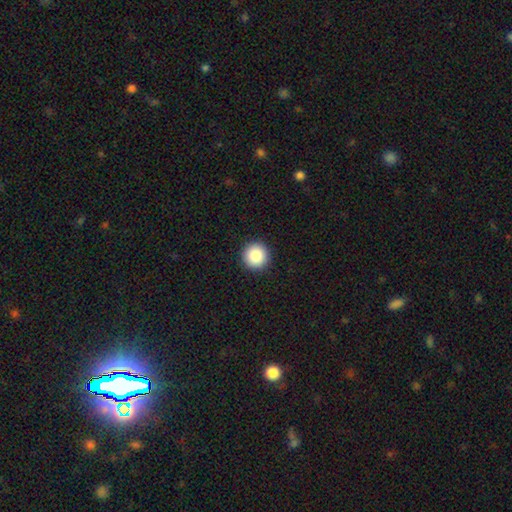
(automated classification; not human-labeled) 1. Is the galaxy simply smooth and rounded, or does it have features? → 87% smooth, 9% star or artifact, 4% featured or disk.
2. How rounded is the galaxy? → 96% round, 3% in between, 1% cigar-shaped.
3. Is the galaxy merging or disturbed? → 93% none, 5% minor disturbance, 1% major disturbance, 1% merger.